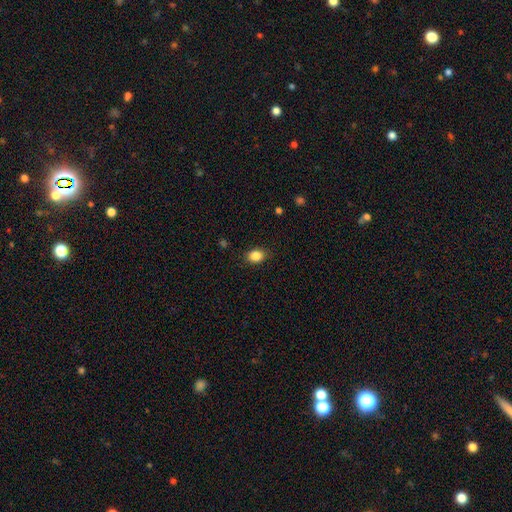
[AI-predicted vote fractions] This is clearly a smooth galaxy (86%). How rounded: possibly in between (58%). Merging: clearly none (87%).